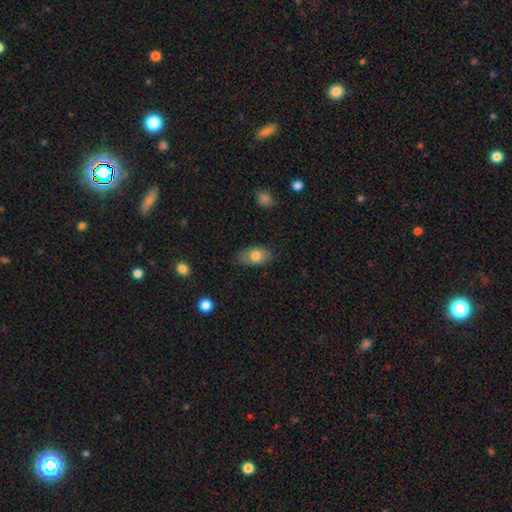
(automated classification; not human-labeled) Smooth or featured?
  - smooth: 74% *
  - featured or disk: 19%
  - star or artifact: 7%
How rounded?
  - in between: 90% *
  - round: 8%
  - cigar-shaped: 2%
Merging?
  - none: 76% *
  - minor disturbance: 18%
  - major disturbance: 4%
  - merger: 1%